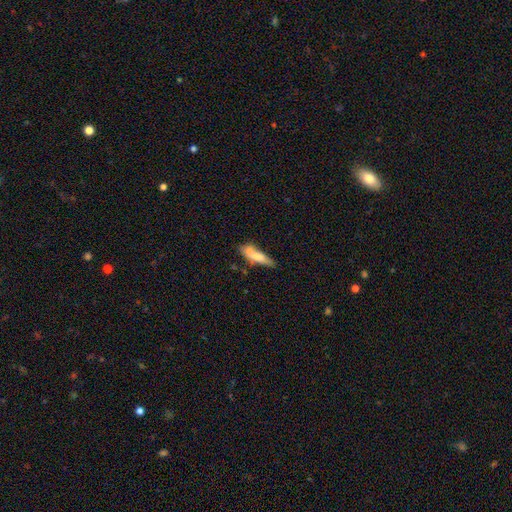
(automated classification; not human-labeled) smooth_or_featured: smooth (p=0.71) [alt: featured or disk p=0.22]
how_rounded: cigar-shaped (p=0.64) [alt: in between p=0.34]
merging: none (p=0.46) [alt: minor disturbance p=0.26]